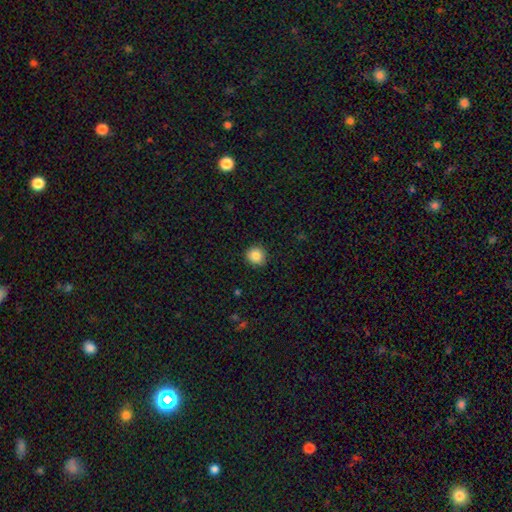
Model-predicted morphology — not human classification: Overall: smooth (86%). How rounded: round (91%). Merging: none (89%).